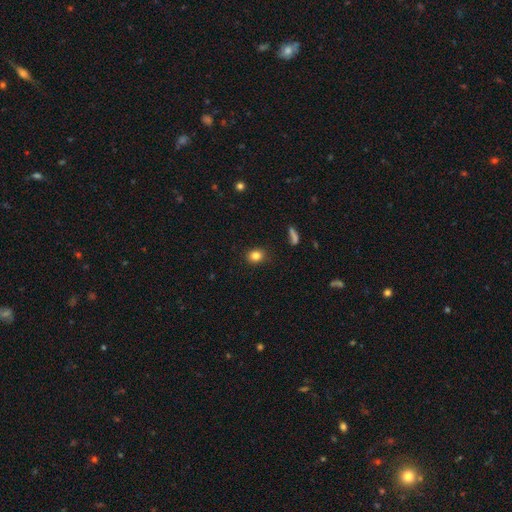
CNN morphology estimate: A smooth galaxy with no disk features (83%) that is round (60%).

Vote fractions:
- Smooth or featured? smooth: 83% / star or artifact: 11% / featured or disk: 6%
- How rounded? round: 60% / in between: 39% / cigar-shaped: 1%
- Merging? none: 88% / minor disturbance: 8% / major disturbance: 2% / merger: 1%